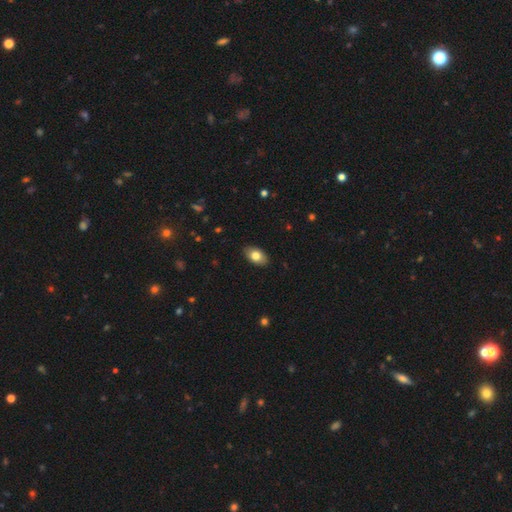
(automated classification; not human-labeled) A smooth galaxy with no disk features (79%) that is in between round and cigar-shaped (92%).

Vote fractions:
- Smooth or featured? smooth: 79% / featured or disk: 14% / star or artifact: 7%
- How rounded? in between: 92% / round: 7% / cigar-shaped: 2%
- Merging? none: 88% / minor disturbance: 10% / major disturbance: 2% / merger: 1%